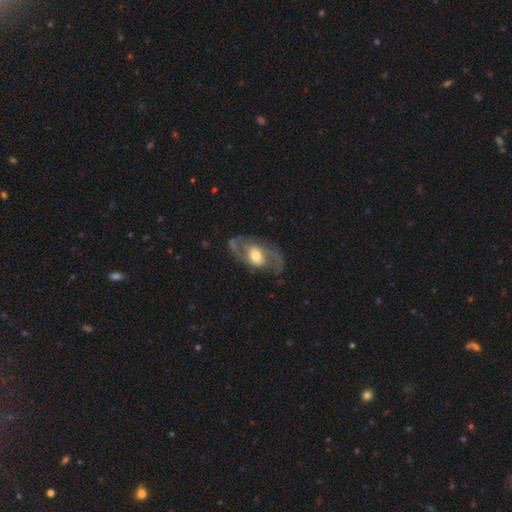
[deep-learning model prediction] A featured or disk galaxy (86%) with no bar (45%), 2 (90%) medium (53%) spiral arms (93%) and a moderate central bulge (66%).

Vote fractions:
- Smooth or featured? featured or disk: 86% / smooth: 9% / star or artifact: 5%
- Edge-on disk? no: 96% / yes: 4%
- Bar? no: 45% / weak: 38% / strong: 17%
- Spiral arms? yes: 93% / no: 7%
- Spiral winding? medium: 53% / loose: 30% / tight: 17%
- Spiral arm count? 2: 90% / can't tell: 4% / 1: 2% / 3: 2% / 4: 1% / more than 4: 1%
- Bulge size? moderate: 66% / small: 18% / large: 14% / dominant: 1% / none: 1%
- Merging? none: 75% / minor disturbance: 15% / major disturbance: 9% / merger: 2%